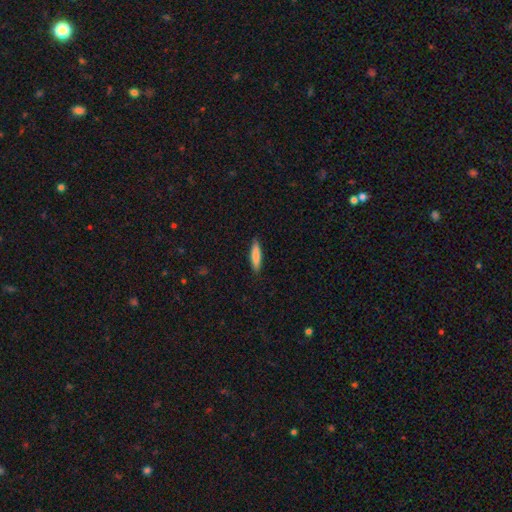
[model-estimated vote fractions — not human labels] smooth_or_featured: smooth (p=0.82) [alt: featured or disk p=0.12]
how_rounded: cigar-shaped (p=0.81) [alt: in between p=0.18]
merging: none (p=0.89) [alt: minor disturbance p=0.08]